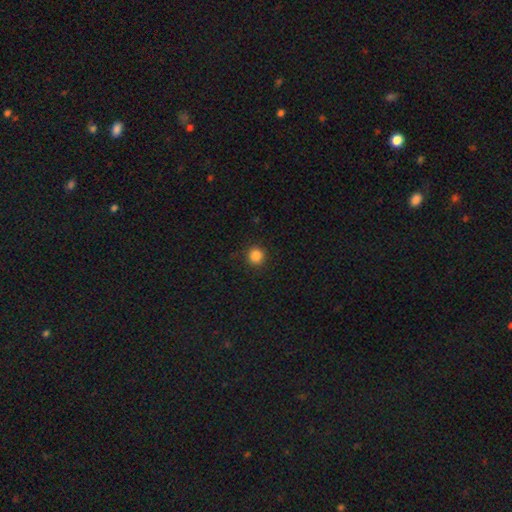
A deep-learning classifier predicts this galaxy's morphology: type=smooth (86%); roundness=round (94%); merging=none (92%).